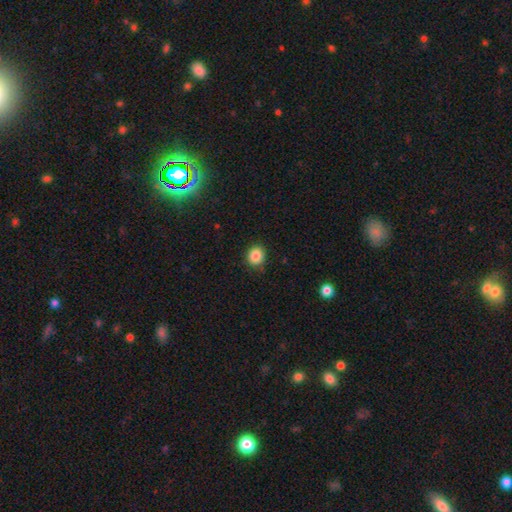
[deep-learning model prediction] This appears to be a smooth galaxy with no disk features (86%) that is round (76%). Merging: none (87%).